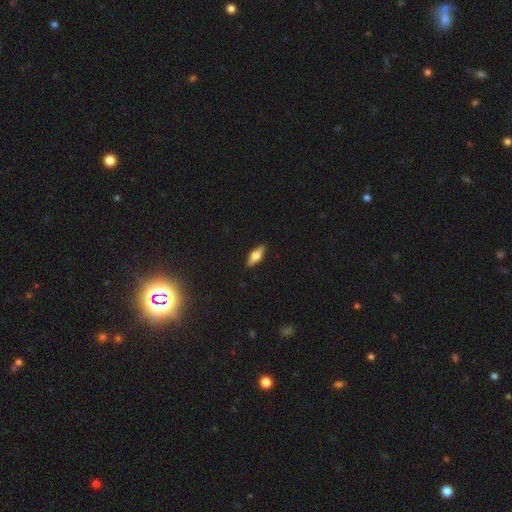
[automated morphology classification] Smooth or featured: smooth — 51% (featured or disk — 42%)
How rounded: in between — 59% (cigar-shaped — 38%)
Merging: none — 89% (minor disturbance — 8%)